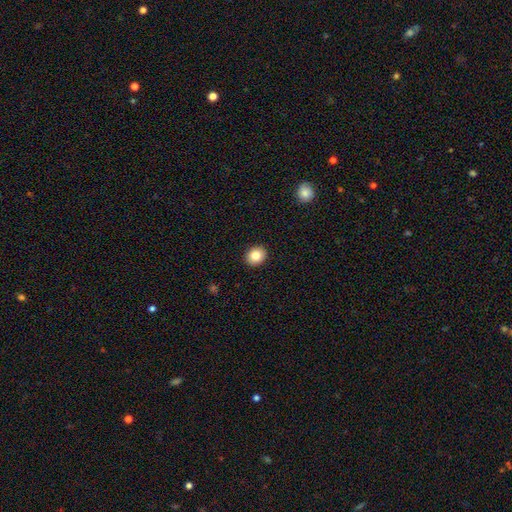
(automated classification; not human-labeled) The model was most divided on "how rounded": round: 64%, in between: 35%, cigar-shaped: 1%. More confident: merging — none (92%); smooth or featured — smooth (83%).